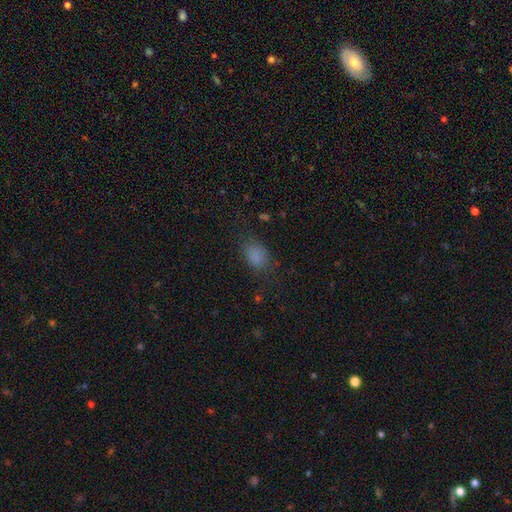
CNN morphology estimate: A smooth galaxy with no disk features (82%) that is in between round and cigar-shaped (78%).

Vote fractions:
- Smooth or featured? smooth: 82% / star or artifact: 13% / featured or disk: 6%
- How rounded? in between: 78% / round: 21% / cigar-shaped: 2%
- Merging? none: 68% / minor disturbance: 20% / major disturbance: 10% / merger: 2%